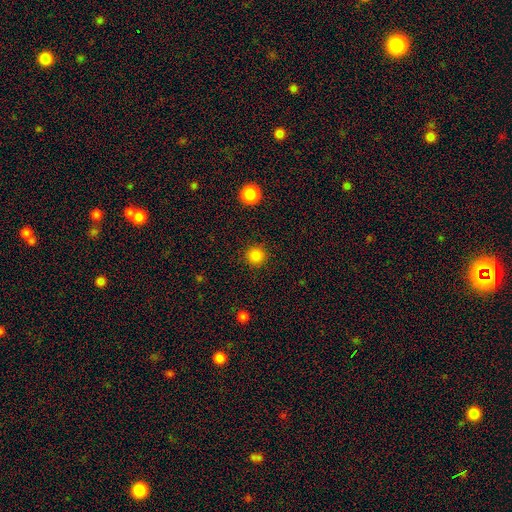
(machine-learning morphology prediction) Smooth or featured? Predicted: smooth (p=0.85). How rounded? Predicted: round (p=0.95). Merging? Predicted: none (p=0.91).